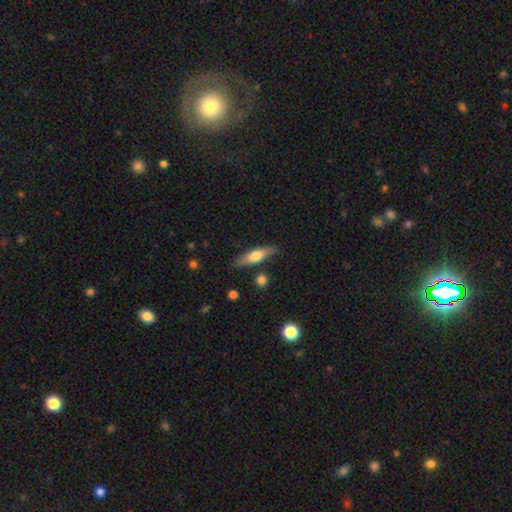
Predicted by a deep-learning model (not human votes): A smooth galaxy with no disk features (56%) that is cigar-shaped (65%). Merging: none (81%).